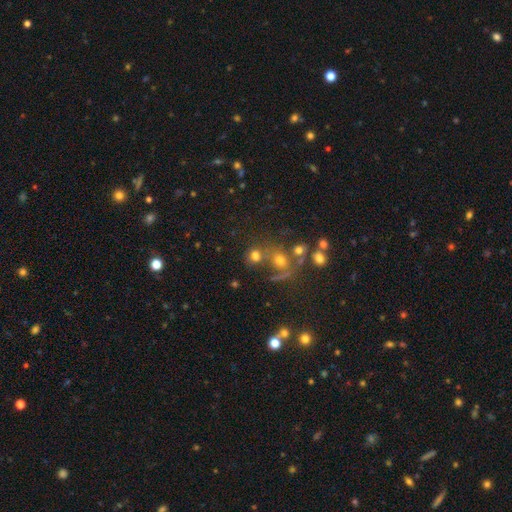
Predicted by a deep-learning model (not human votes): smooth_or_featured: smooth (p=0.66) [alt: star or artifact p=0.20]
how_rounded: round (p=0.76) [alt: in between p=0.23]
merging: none (p=0.50) [alt: merger p=0.32]